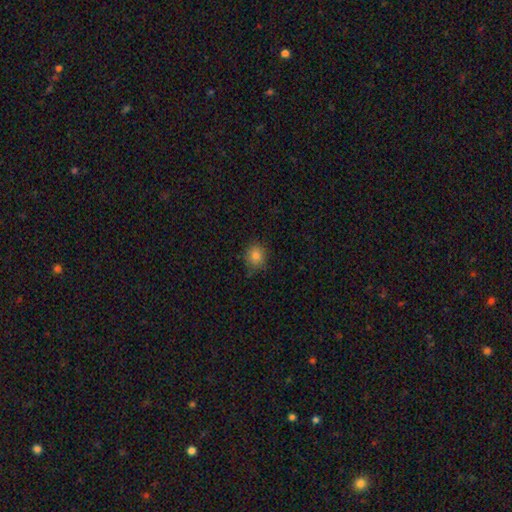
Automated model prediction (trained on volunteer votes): The model was most divided on "how rounded": round: 78%, in between: 21%, cigar-shaped: 1%. More confident: smooth or featured — smooth (82%); merging — none (81%).